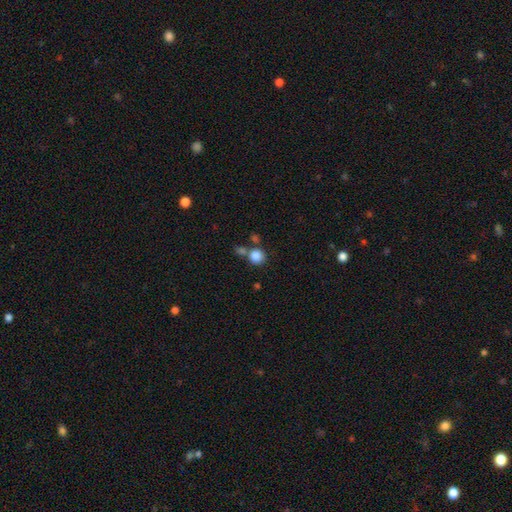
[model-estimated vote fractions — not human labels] Smooth or featured? smooth (85%)
How rounded? round (89%)
Merging? none (58%)